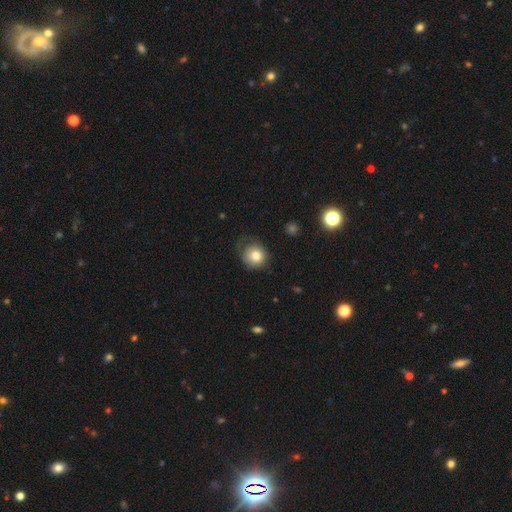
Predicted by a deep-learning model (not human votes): Smooth or featured? Predicted: smooth (p=0.79). How rounded? Predicted: round (p=0.81). Merging? Predicted: none (p=0.55).